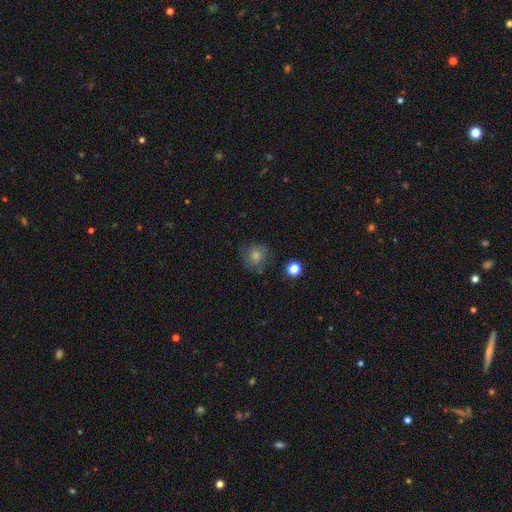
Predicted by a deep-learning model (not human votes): Q: Smooth or featured?
A: smooth (62%); runner-up: star or artifact (21%)
Q: How rounded?
A: round (88%); runner-up: in between (10%)
Q: Merging?
A: none (78%); runner-up: minor disturbance (14%)